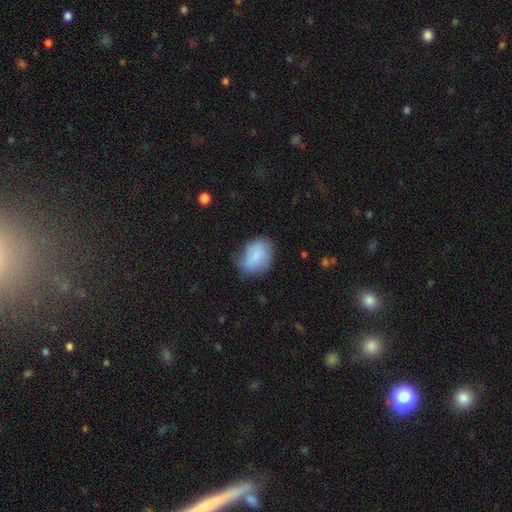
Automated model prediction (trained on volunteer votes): This appears to be a smooth galaxy with no disk features (78%) that is in between round and cigar-shaped (71%). Merging: none (54%).